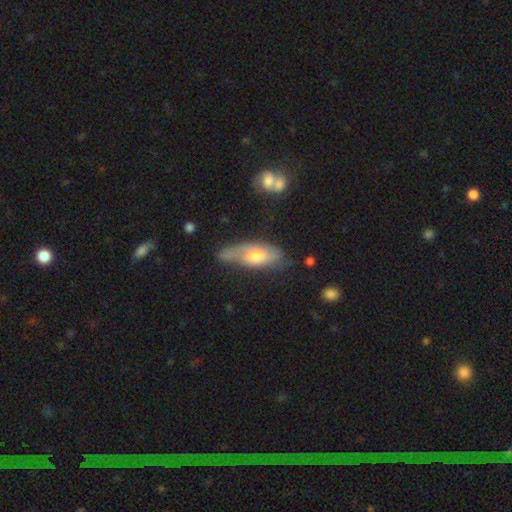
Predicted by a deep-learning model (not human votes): This appears to be a smooth galaxy with no disk features (49%). Merging: none (41%).